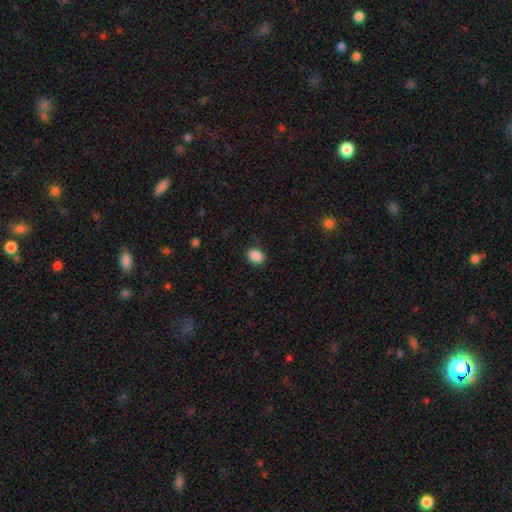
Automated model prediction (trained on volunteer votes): Morphology: type=smooth (88%); roundness=in between (54%); merging=none (83%).